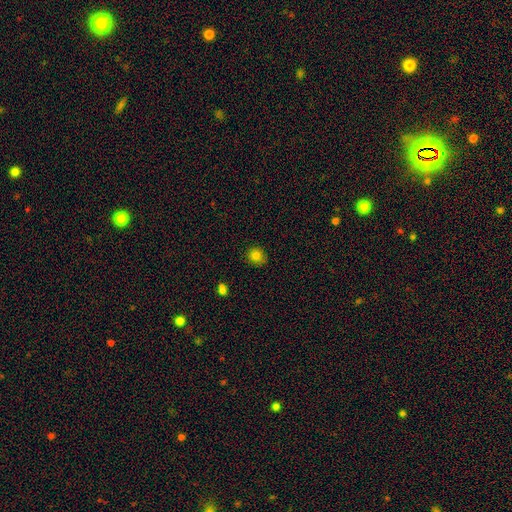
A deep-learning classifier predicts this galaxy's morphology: The model was most divided on "smooth or featured": smooth: 81%, star or artifact: 13%, featured or disk: 6%. More confident: merging — none (85%); how rounded — round (85%).